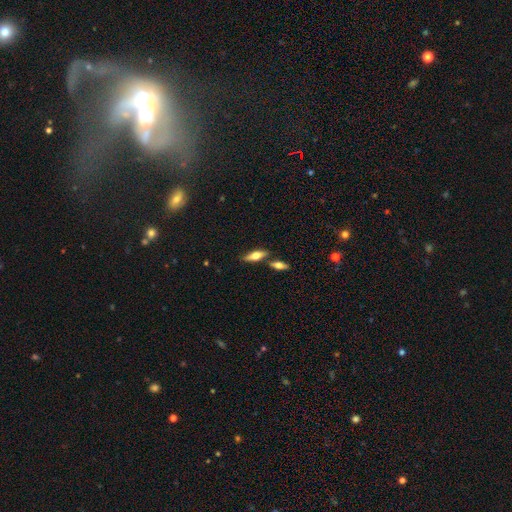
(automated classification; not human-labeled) Smooth or featured? Predicted: smooth (p=0.53). How rounded? Predicted: in between (p=0.59). Merging? Predicted: none (p=0.71).